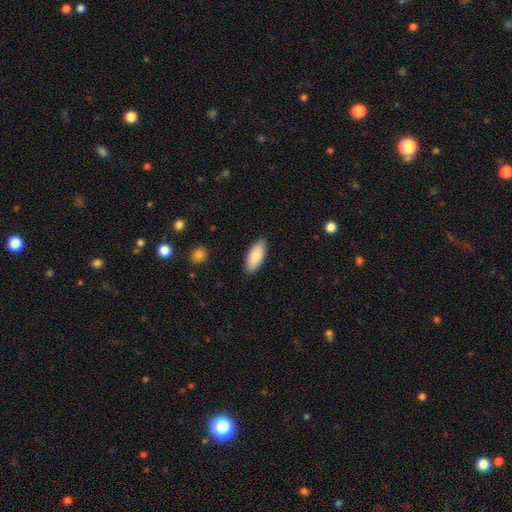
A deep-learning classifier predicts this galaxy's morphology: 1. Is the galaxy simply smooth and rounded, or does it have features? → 86% smooth, 8% featured or disk, 5% star or artifact.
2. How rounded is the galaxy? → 83% in between, 15% cigar-shaped, 2% round.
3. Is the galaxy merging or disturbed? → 87% none, 10% minor disturbance, 2% major disturbance, 1% merger.